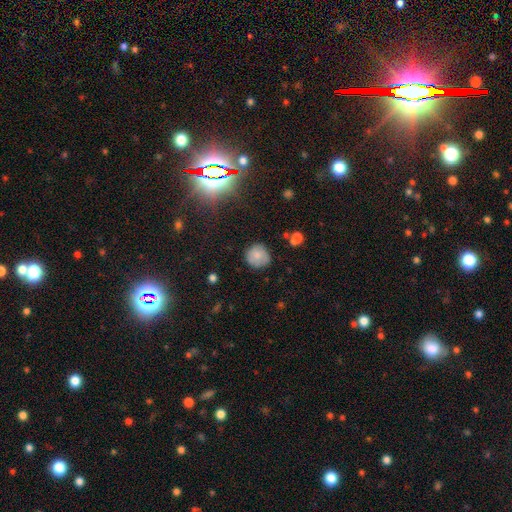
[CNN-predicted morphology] Smooth or featured: smooth — 75% (featured or disk — 15%)
How rounded: round — 90% (in between — 9%)
Merging: none — 78% (minor disturbance — 17%)